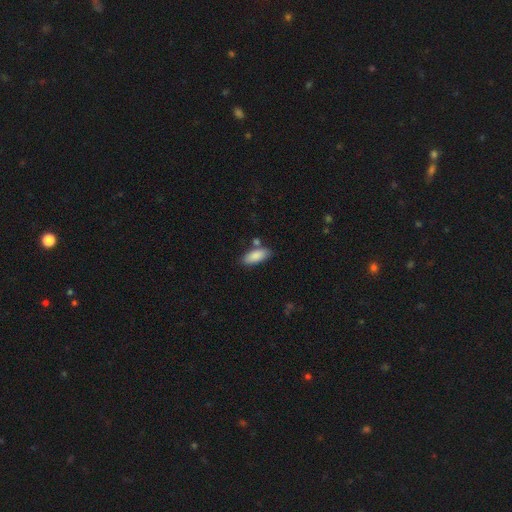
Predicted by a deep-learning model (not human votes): A smooth galaxy with no disk features (87%) that is in between round and cigar-shaped (78%). Merging: none (74%).